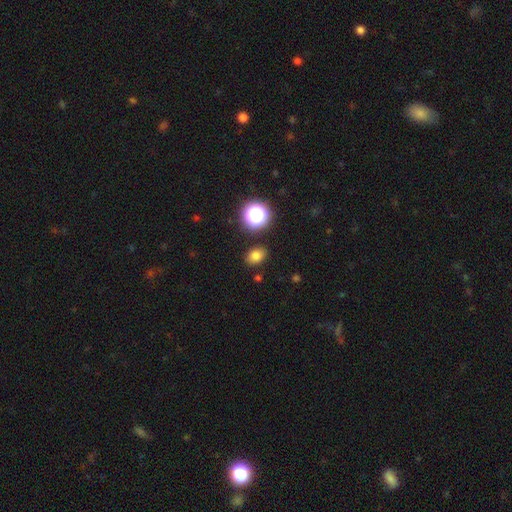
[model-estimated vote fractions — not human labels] Smooth or featured?
  - smooth: 77% *
  - star or artifact: 16%
  - featured or disk: 7%
How rounded?
  - in between: 67% *
  - round: 32%
  - cigar-shaped: 1%
Merging?
  - none: 86% *
  - minor disturbance: 9%
  - merger: 3%
  - major disturbance: 3%